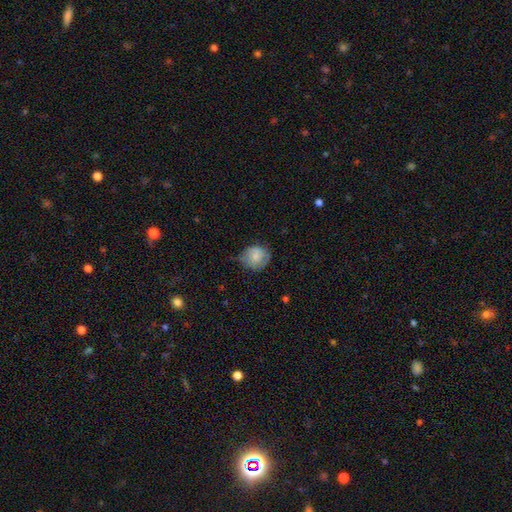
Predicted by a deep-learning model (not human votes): This appears to be a smooth galaxy with no disk features (76%) that is round (75%). Merging: none (56%).